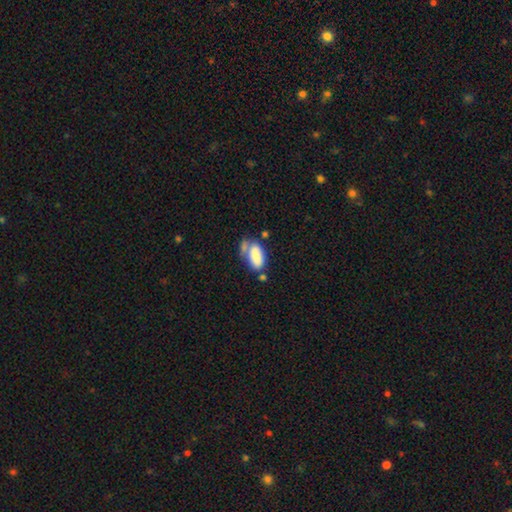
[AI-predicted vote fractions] Smooth or featured?
  - smooth: 82% *
  - featured or disk: 11%
  - star or artifact: 8%
How rounded?
  - in between: 91% *
  - cigar-shaped: 6%
  - round: 3%
Merging?
  - none: 40% *
  - merger: 30%
  - minor disturbance: 20%
  - major disturbance: 10%